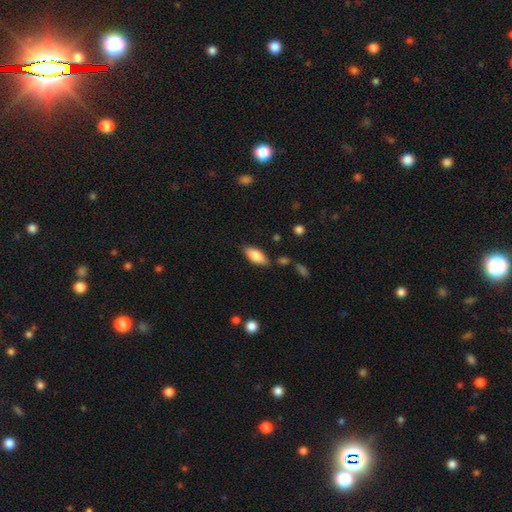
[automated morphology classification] type=smooth (81%); roundness=in between (85%); merging=none (81%).